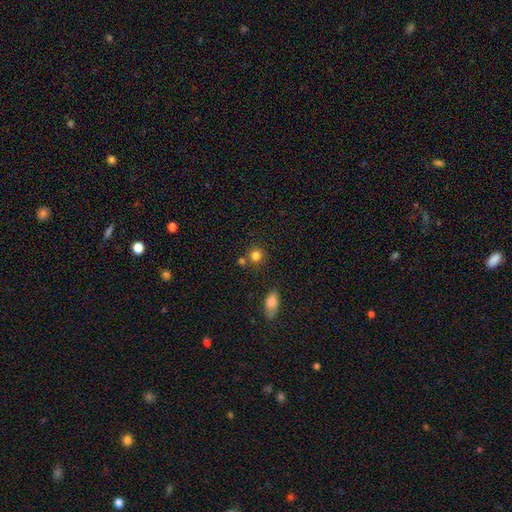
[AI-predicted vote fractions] Overall: smooth (82%). How rounded: round (87%). Merging: none (70%).